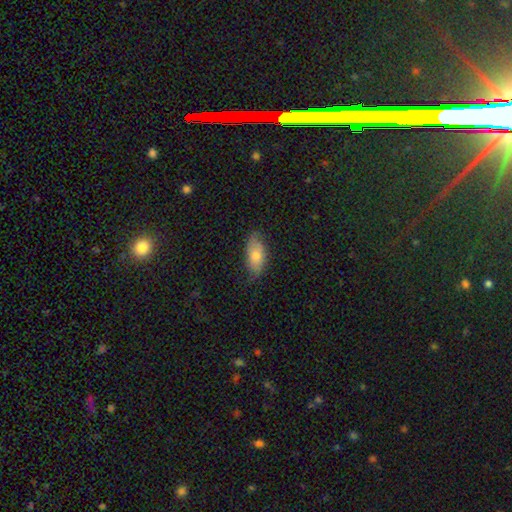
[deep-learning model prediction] A smooth galaxy with no disk features (67%) that is in between round and cigar-shaped (87%). Merging: none (73%).